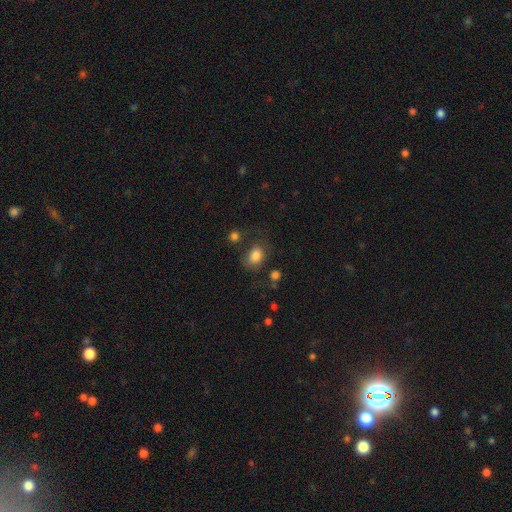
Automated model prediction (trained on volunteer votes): Smooth or featured: smooth — 82% (star or artifact — 9%)
How rounded: in between — 66% (round — 33%)
Merging: none — 64% (minor disturbance — 19%)